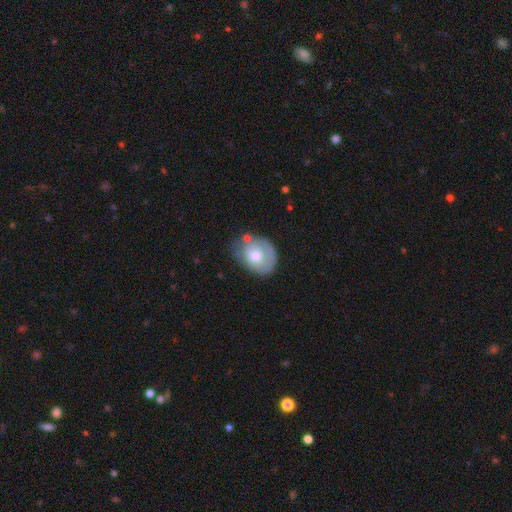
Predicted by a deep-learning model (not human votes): smooth 56%, featured or disk 38%, star or artifact 6%. Down the decision tree: how rounded — in between (56%); merging — none (55%).